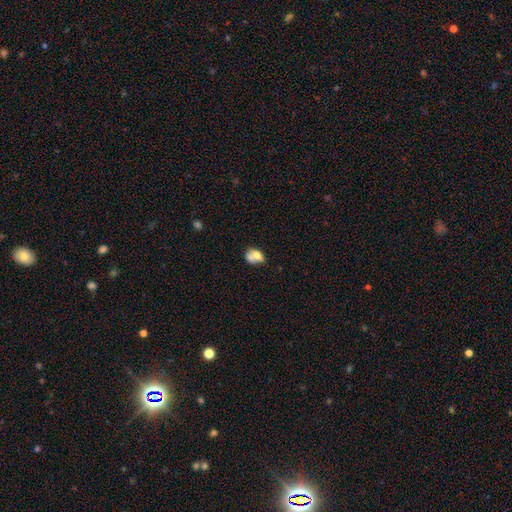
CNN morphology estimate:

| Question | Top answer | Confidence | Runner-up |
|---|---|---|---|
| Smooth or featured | smooth | 65% | featured or disk (26%) |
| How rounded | in between | 66% | round (32%) |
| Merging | merger | 49% | none (26%) |